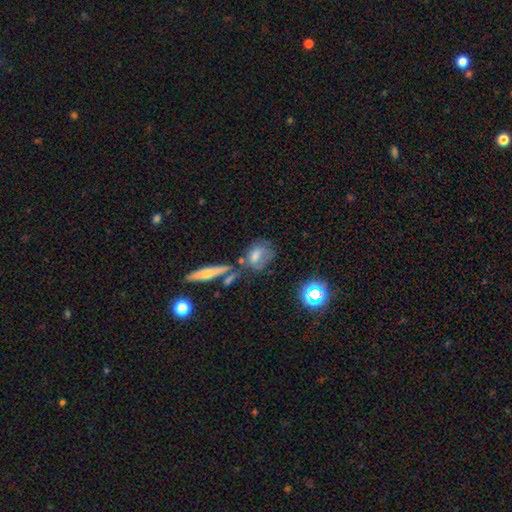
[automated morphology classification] Smooth or featured? smooth (57%)
How rounded? in between (60%)
Merging? none (50%)